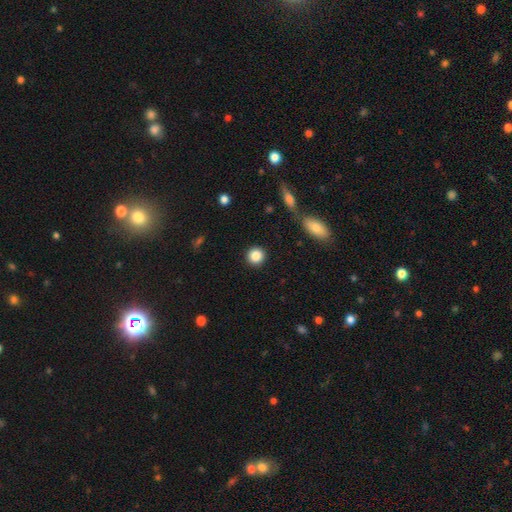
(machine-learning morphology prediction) The model was most divided on "smooth or featured": smooth: 86%, star or artifact: 9%, featured or disk: 5%. More confident: how rounded — round (91%); merging — none (91%).